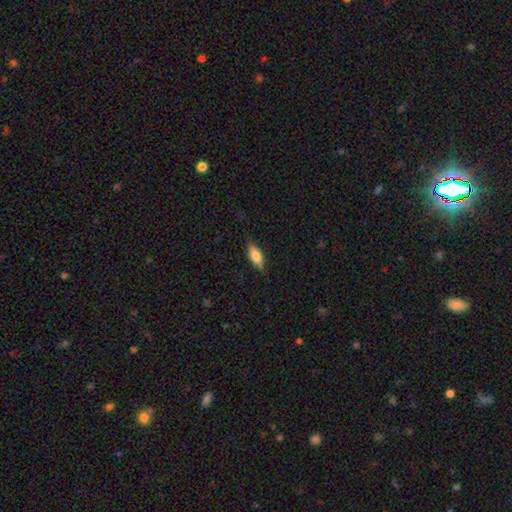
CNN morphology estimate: smooth-or-featured: smooth: 68% | featured or disk: 26% | star or artifact: 6%
  how-rounded: in between: 65% | cigar-shaped: 32% | round: 3%
  merging: none: 83% | minor disturbance: 13% | major disturbance: 3% | merger: 1%